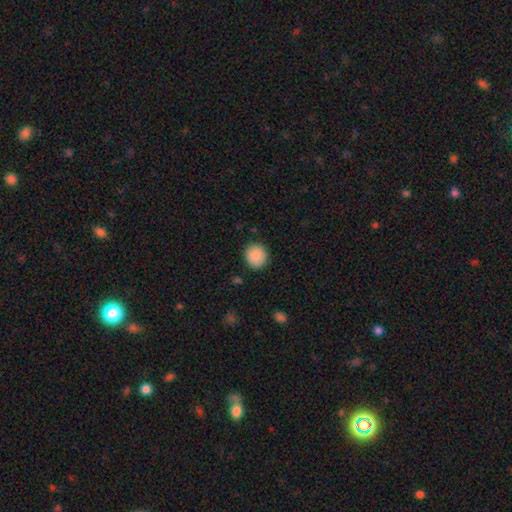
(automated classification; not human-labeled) Smooth or featured? smooth (89%)
How rounded? round (88%)
Merging? none (89%)